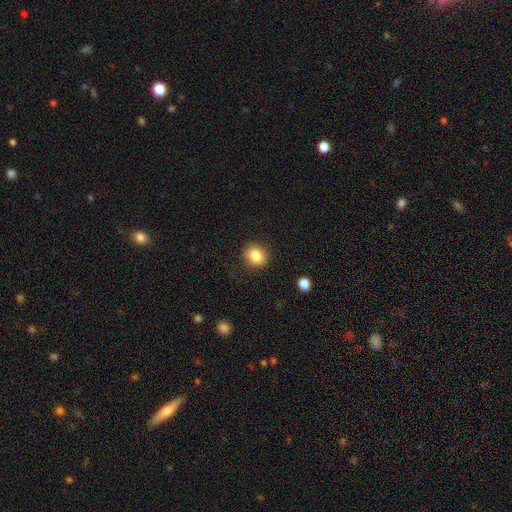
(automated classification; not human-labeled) Smooth or featured?
  - smooth: 85% *
  - star or artifact: 10%
  - featured or disk: 5%
How rounded?
  - round: 79% *
  - in between: 20%
  - cigar-shaped: 1%
Merging?
  - none: 88% *
  - minor disturbance: 8%
  - major disturbance: 3%
  - merger: 1%